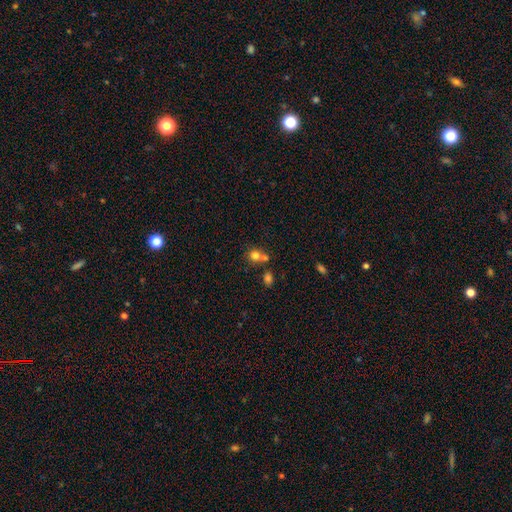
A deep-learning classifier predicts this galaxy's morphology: Q: Smooth or featured?
A: smooth (76%); runner-up: star or artifact (13%)
Q: How rounded?
A: round (74%); runner-up: in between (25%)
Q: Merging?
A: merger (46%); runner-up: none (40%)